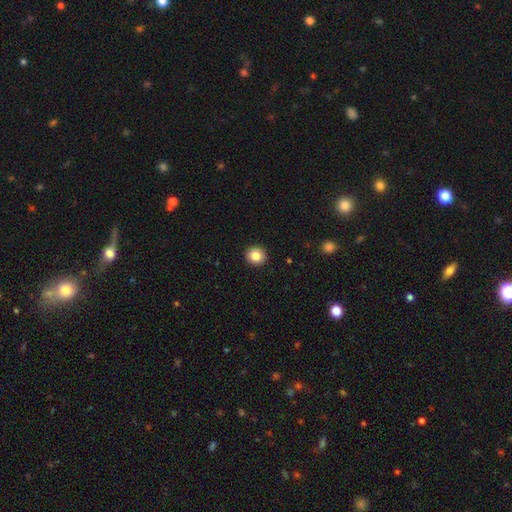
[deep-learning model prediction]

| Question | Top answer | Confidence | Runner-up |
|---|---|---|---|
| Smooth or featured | smooth | 85% | star or artifact (9%) |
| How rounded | round | 90% | in between (10%) |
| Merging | none | 93% | minor disturbance (5%) |